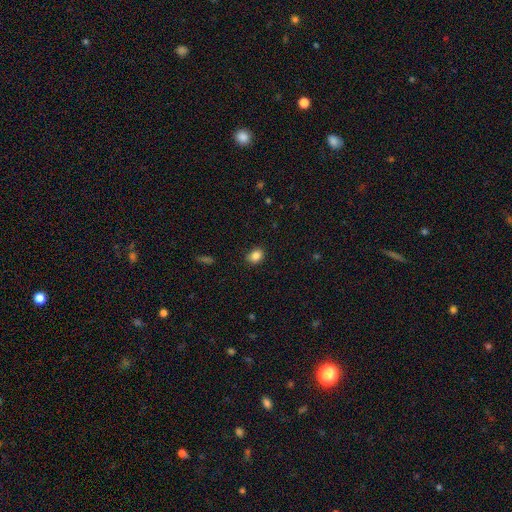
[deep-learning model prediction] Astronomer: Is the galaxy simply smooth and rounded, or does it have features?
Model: smooth — 85%.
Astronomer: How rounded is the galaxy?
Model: in between — 50% (runner-up: round, 49%).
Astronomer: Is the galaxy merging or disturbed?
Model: none — 85%.